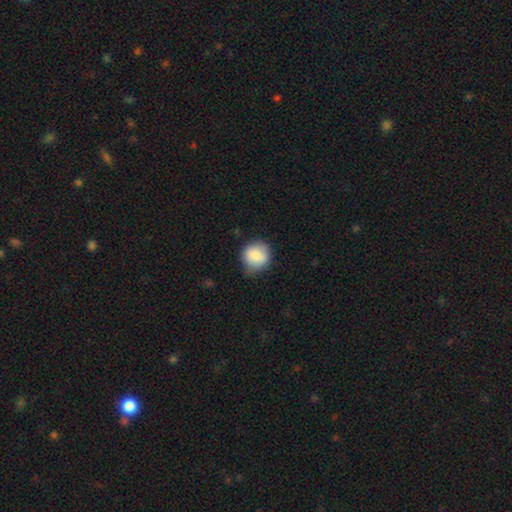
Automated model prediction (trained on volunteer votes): Smooth or featured? smooth (86%)
How rounded? round (89%)
Merging? none (72%)